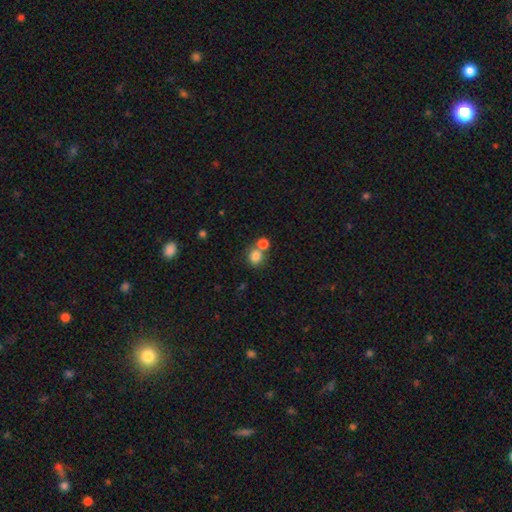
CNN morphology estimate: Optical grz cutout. It shows a smooth galaxy with no disk features (81%) that is round (83%). Merging: none (54%).